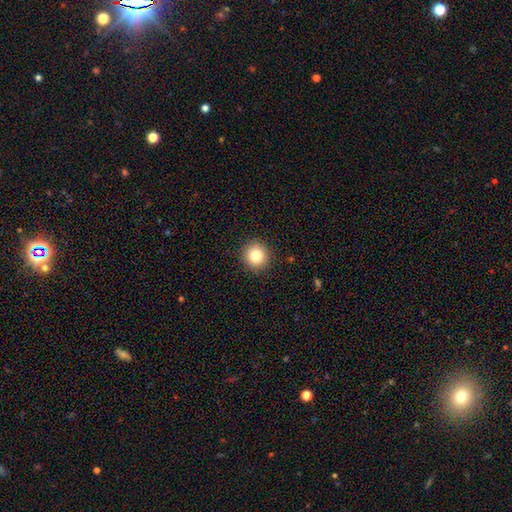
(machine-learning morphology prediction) A smooth galaxy with no disk features (83%) that is round (90%).

Vote fractions:
- Smooth or featured? smooth: 83% / star or artifact: 10% / featured or disk: 7%
- How rounded? round: 90% / in between: 9% / cigar-shaped: 1%
- Merging? none: 91% / minor disturbance: 7% / major disturbance: 2% / merger: 1%